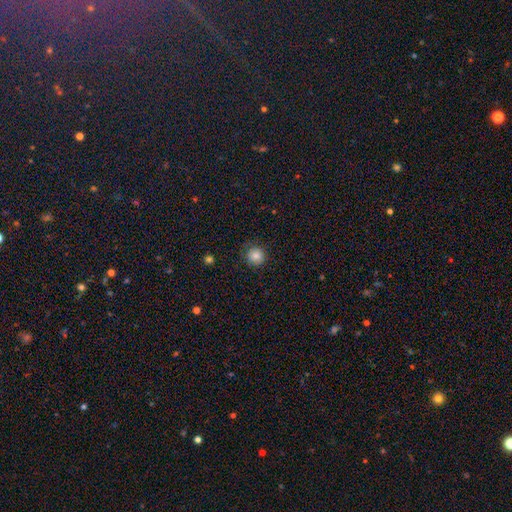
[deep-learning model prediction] smooth_or_featured: smooth (p=0.84) [alt: star or artifact p=0.10]
how_rounded: round (p=0.93) [alt: in between p=0.06]
merging: none (p=0.82) [alt: minor disturbance p=0.13]